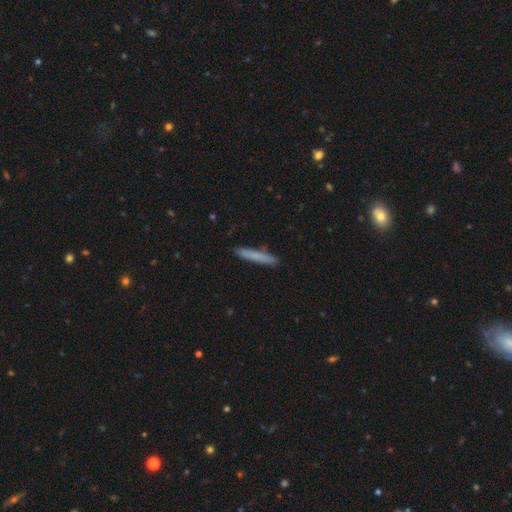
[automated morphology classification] Overall: smooth (77%). How rounded: cigar-shaped (96%). Merging: none (90%).